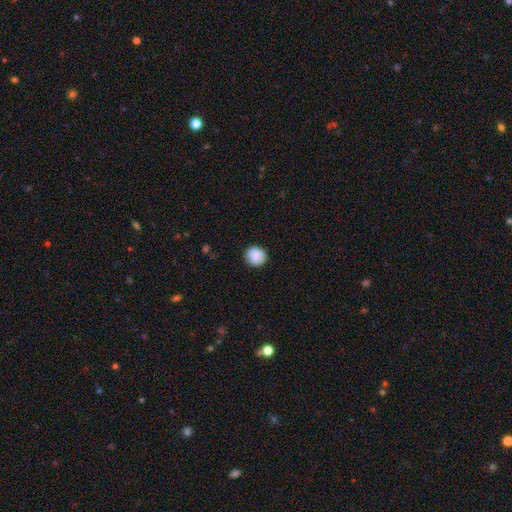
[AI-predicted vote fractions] Q: Smooth or featured?
A: smooth (85%); runner-up: star or artifact (8%)
Q: How rounded?
A: round (86%); runner-up: in between (13%)
Q: Merging?
A: none (85%); runner-up: minor disturbance (11%)